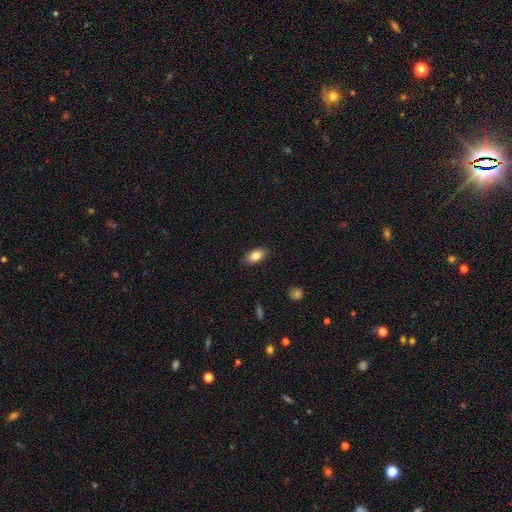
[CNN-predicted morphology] A smooth galaxy with no disk features (84%) that is in between round and cigar-shaped (90%). Merging: none (87%).